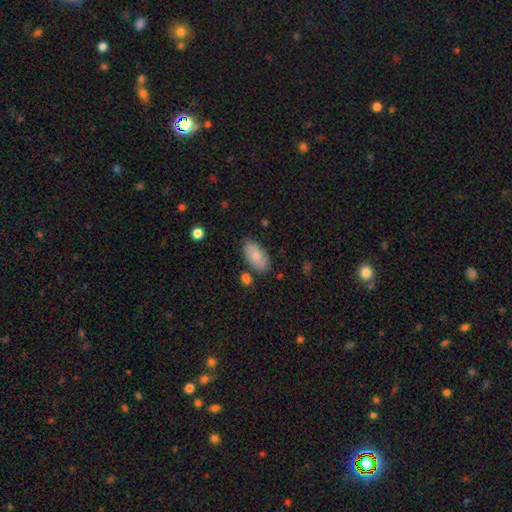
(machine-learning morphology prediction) This appears to be a smooth galaxy with no disk features (75%) that is in between round and cigar-shaped (94%). Merging: none (76%).